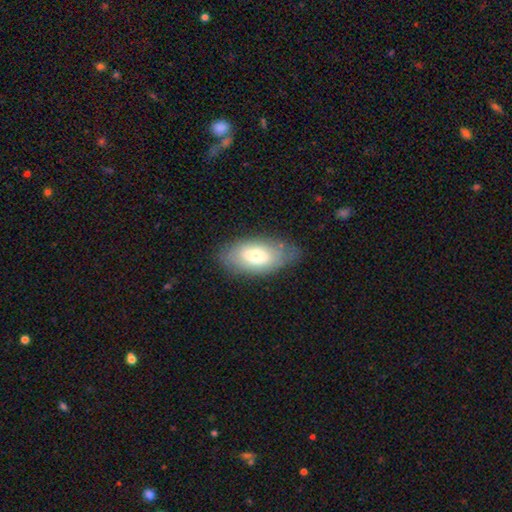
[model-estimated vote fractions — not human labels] A smooth galaxy with no disk features (67%) that is in between round and cigar-shaped (91%). Merging: none (74%).